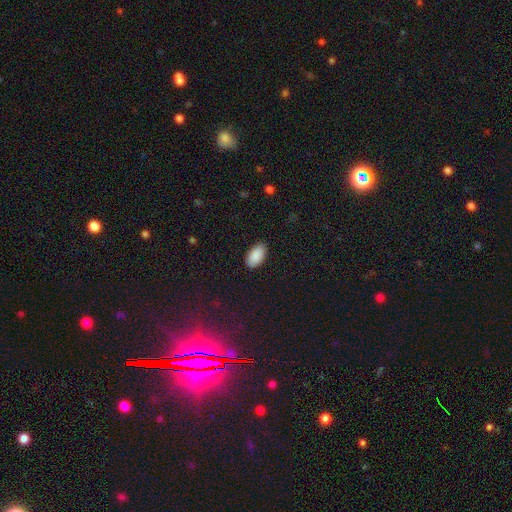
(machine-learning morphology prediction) This is clearly a smooth galaxy (90%). How rounded: clearly in between (95%). Merging: clearly none (86%).